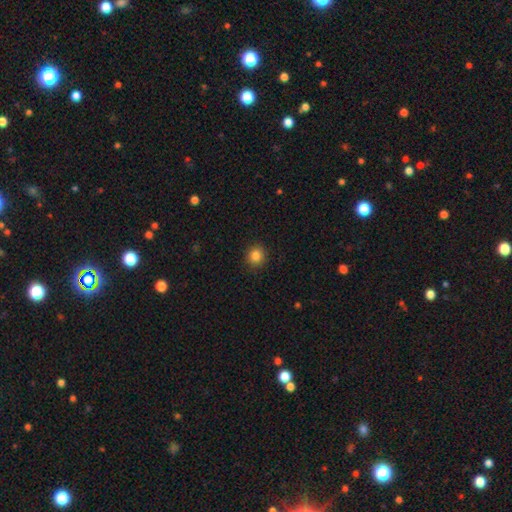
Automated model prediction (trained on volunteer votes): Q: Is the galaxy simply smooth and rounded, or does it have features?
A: smooth — 85%.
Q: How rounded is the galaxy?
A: round — 89%.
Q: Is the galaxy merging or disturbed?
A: none — 91%.